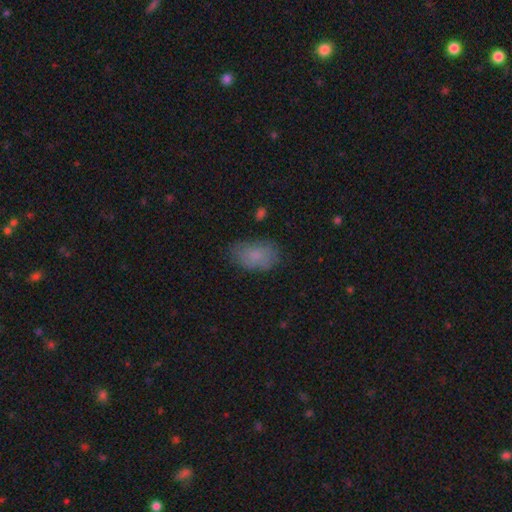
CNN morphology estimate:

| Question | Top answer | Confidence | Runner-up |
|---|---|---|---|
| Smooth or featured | smooth | 81% | featured or disk (10%) |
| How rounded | in between | 90% | round (9%) |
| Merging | none | 71% | minor disturbance (21%) |